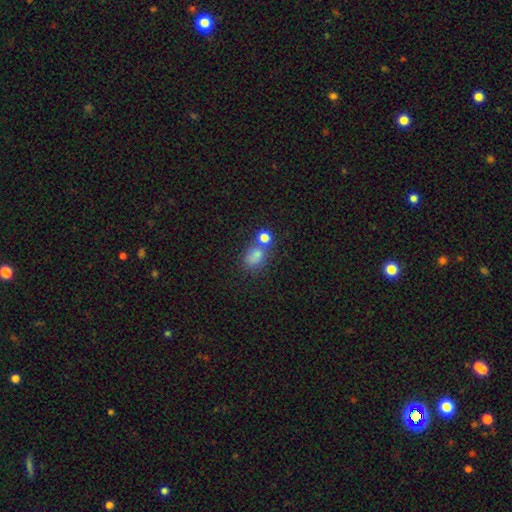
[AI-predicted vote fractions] Q: Smooth or featured?
A: smooth (76%); runner-up: star or artifact (15%)
Q: How rounded?
A: in between (53%); runner-up: round (45%)
Q: Merging?
A: none (48%); runner-up: merger (30%)